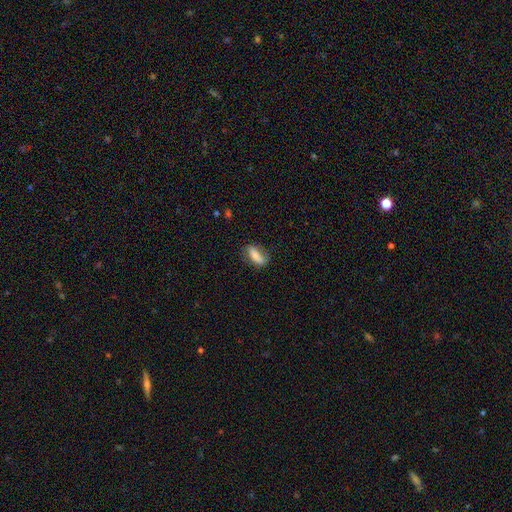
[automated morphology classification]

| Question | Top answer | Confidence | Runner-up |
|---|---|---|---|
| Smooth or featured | smooth | 71% | featured or disk (22%) |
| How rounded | in between | 69% | cigar-shaped (27%) |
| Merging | none | 72% | minor disturbance (20%) |